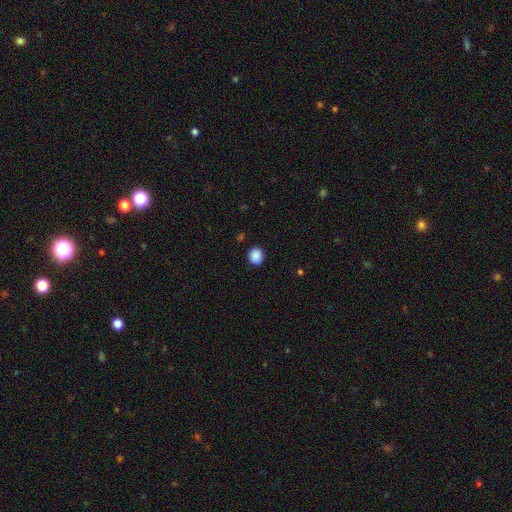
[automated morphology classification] This is clearly a smooth galaxy (88%). How rounded: likely round (79%). Merging: clearly none (90%).